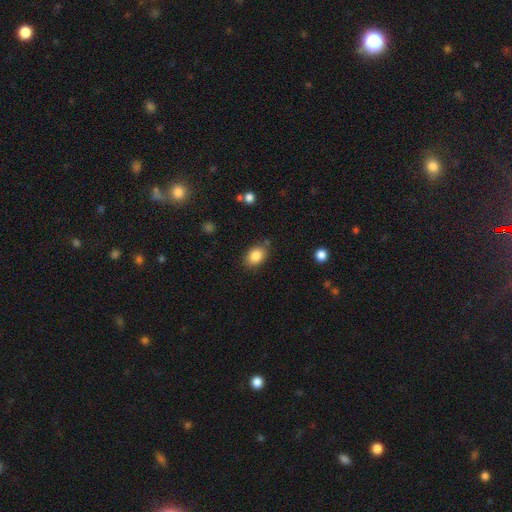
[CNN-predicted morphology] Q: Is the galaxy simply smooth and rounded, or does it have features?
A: smooth — 85%.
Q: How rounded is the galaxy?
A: in between — 70%.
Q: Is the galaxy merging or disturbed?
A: none — 79%.